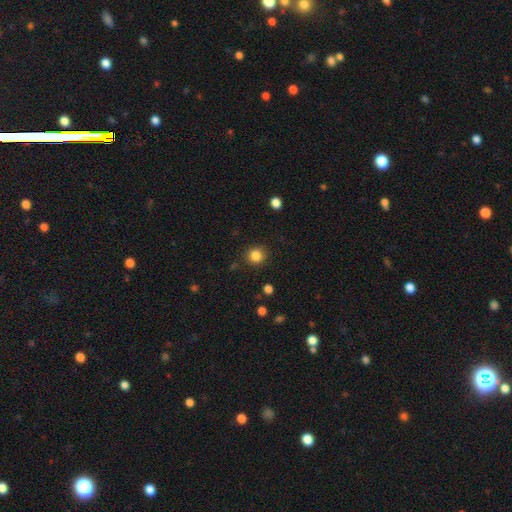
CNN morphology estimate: Smooth or featured?
  - smooth: 84% *
  - star or artifact: 11%
  - featured or disk: 5%
How rounded?
  - round: 90% *
  - in between: 9%
  - cigar-shaped: 1%
Merging?
  - none: 88% *
  - minor disturbance: 8%
  - major disturbance: 3%
  - merger: 2%